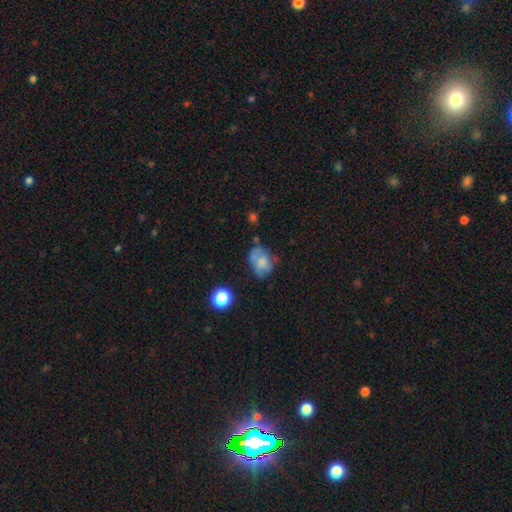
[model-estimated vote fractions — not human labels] Smooth or featured: smooth — 55% (featured or disk — 32%)
How rounded: in between — 58% (round — 41%)
Merging: none — 46% (minor disturbance — 30%)